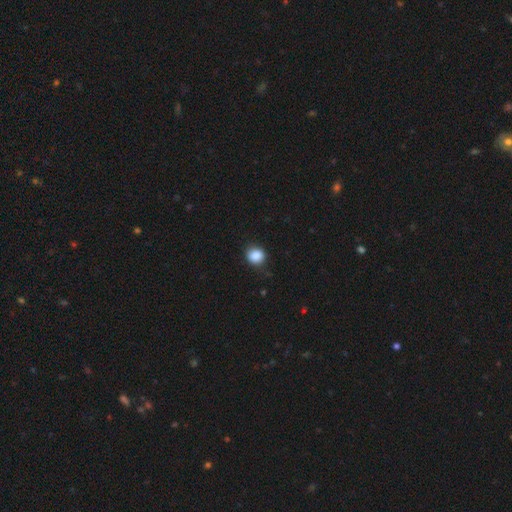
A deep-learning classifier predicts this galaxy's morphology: Overall: smooth (88%). How rounded: round (78%). Merging: none (83%).